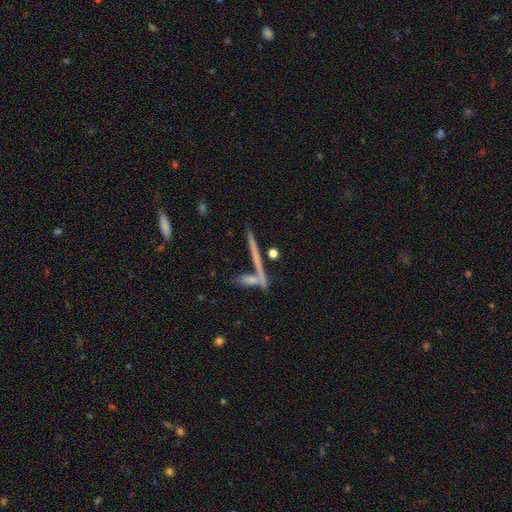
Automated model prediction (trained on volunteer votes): smooth_or_featured: featured or disk (p=0.51) [alt: smooth p=0.36]
disk_edge_on: yes (p=0.90) [alt: no p=0.10]
merging: none (p=0.65) [alt: merger p=0.23]